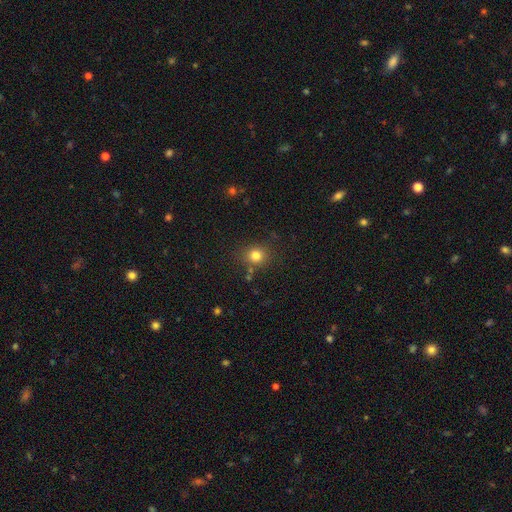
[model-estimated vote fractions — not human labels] A smooth galaxy with no disk features (80%) that is round (84%).

Vote fractions:
- Smooth or featured? smooth: 80% / star or artifact: 14% / featured or disk: 6%
- How rounded? round: 84% / in between: 16% / cigar-shaped: 1%
- Merging? none: 82% / minor disturbance: 10% / merger: 5% / major disturbance: 3%